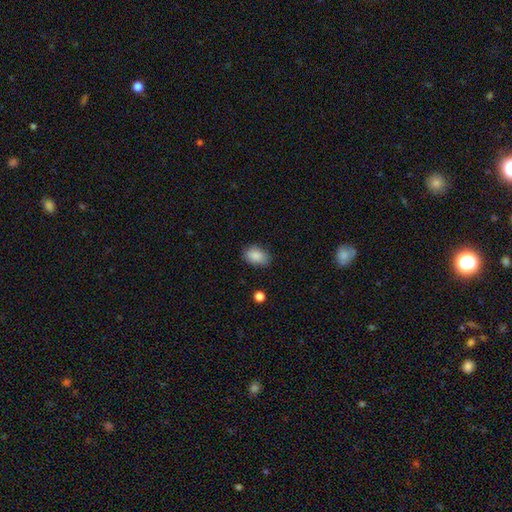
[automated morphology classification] Smooth or featured? smooth (88%)
How rounded? in between (85%)
Merging? none (76%)